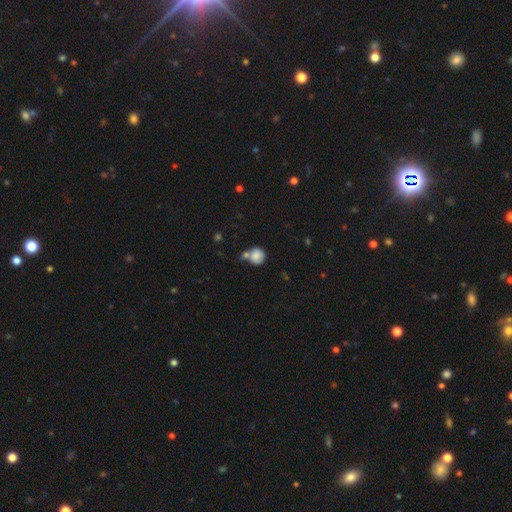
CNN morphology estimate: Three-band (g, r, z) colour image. It shows a smooth galaxy with no disk features (80%) that is round (85%). Merging: none (47%).